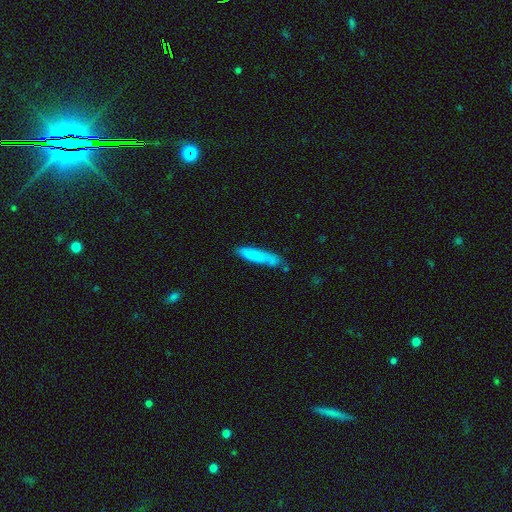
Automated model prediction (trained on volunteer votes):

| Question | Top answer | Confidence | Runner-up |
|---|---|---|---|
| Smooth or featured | smooth | 76% | featured or disk (17%) |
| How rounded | cigar-shaped | 89% | in between (10%) |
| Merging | none | 66% | minor disturbance (22%) |